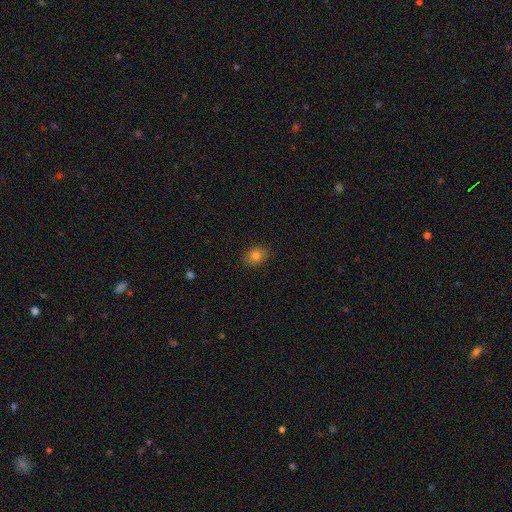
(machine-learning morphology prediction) This is clearly a smooth galaxy (80%). How rounded: possibly in between (58%). Merging: clearly none (88%).